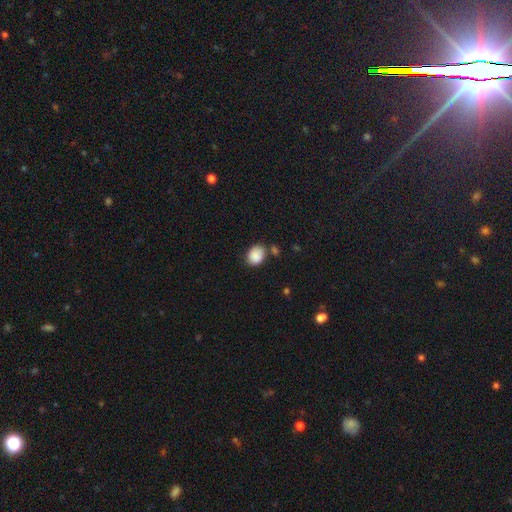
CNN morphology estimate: Smooth or featured?
  - smooth: 88% *
  - star or artifact: 8%
  - featured or disk: 4%
How rounded?
  - in between: 60% *
  - round: 39%
  - cigar-shaped: 1%
Merging?
  - none: 66% *
  - minor disturbance: 18%
  - merger: 11%
  - major disturbance: 5%